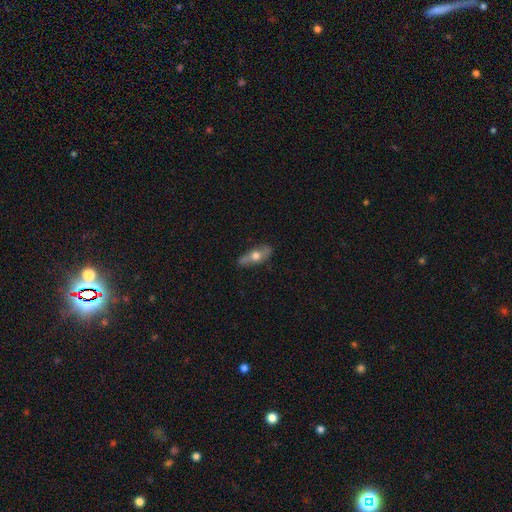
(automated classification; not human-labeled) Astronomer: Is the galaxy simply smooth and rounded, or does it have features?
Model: smooth — 47%, tied with featured or disk at 47%.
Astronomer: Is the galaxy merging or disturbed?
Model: none — 75%.